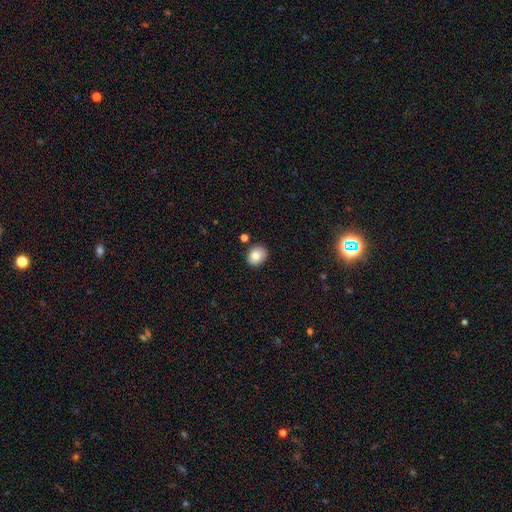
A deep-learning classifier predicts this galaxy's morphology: smooth-or-featured: smooth: 85% | star or artifact: 8% | featured or disk: 7%
  how-rounded: in between: 54% | round: 45% | cigar-shaped: 1%
  merging: none: 84% | minor disturbance: 10% | merger: 4% | major disturbance: 2%